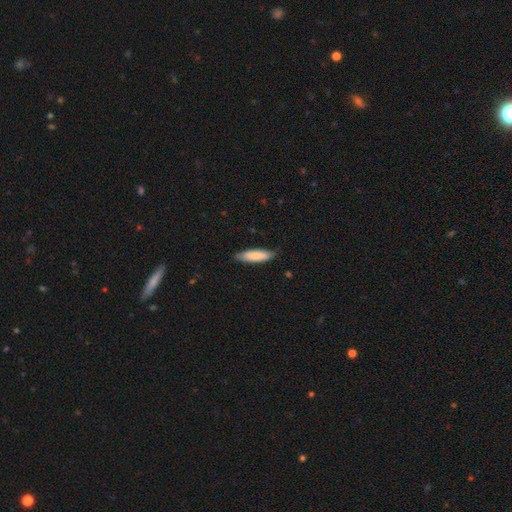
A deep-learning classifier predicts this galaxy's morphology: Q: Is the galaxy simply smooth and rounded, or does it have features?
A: smooth — 82%.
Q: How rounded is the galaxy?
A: cigar-shaped — 68%.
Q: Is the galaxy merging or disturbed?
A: none — 81%.